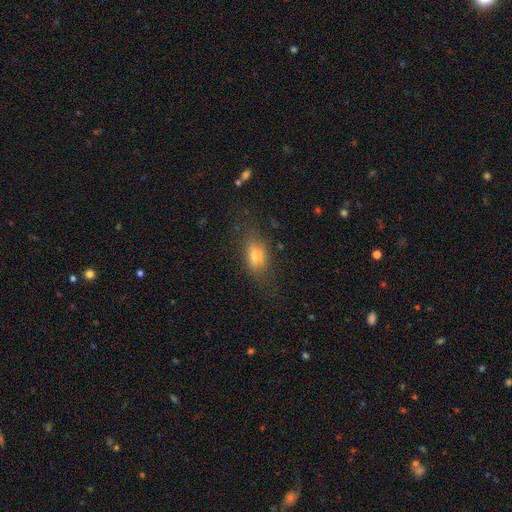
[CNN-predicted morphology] smooth-or-featured: smooth: 65% | featured or disk: 23% | star or artifact: 12%
  how-rounded: in between: 77% | cigar-shaped: 13% | round: 10%
  merging: none: 67% | minor disturbance: 20% | major disturbance: 11% | merger: 2%